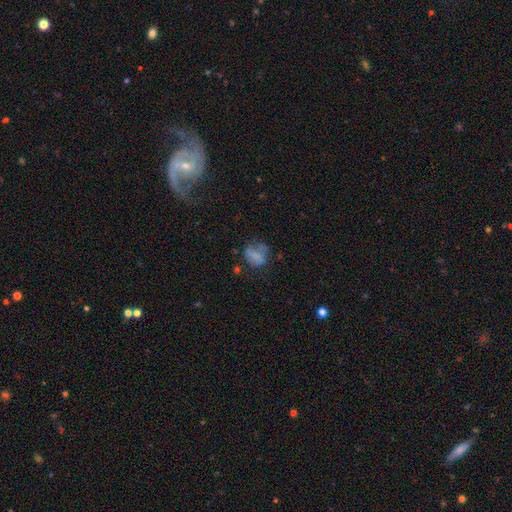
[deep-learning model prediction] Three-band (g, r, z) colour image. It shows a smooth galaxy with no disk features (62%) that is round (50%). Merging: none (44%).